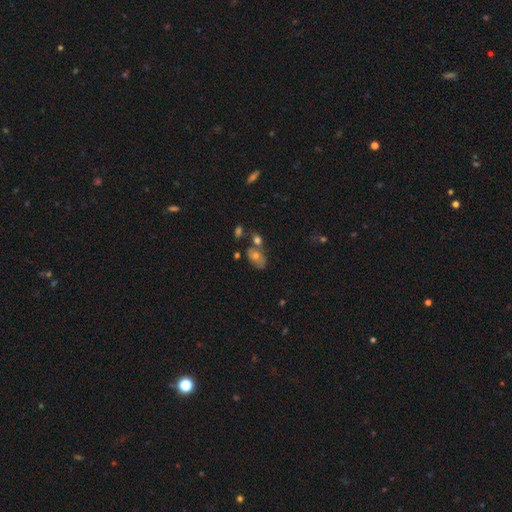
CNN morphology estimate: A smooth galaxy with no disk features (57%) that is in between round and cigar-shaped (84%). Merging: none (49%).